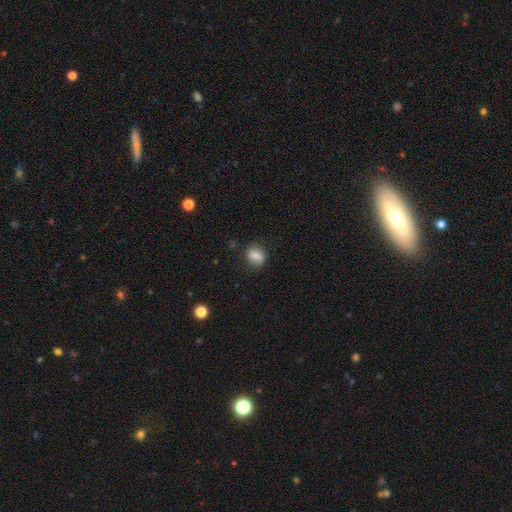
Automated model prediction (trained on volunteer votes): smooth_or_featured: smooth (p=0.78) [alt: featured or disk p=0.13]
how_rounded: in between (p=0.57) [alt: round p=0.40]
merging: none (p=0.78) [alt: minor disturbance p=0.15]